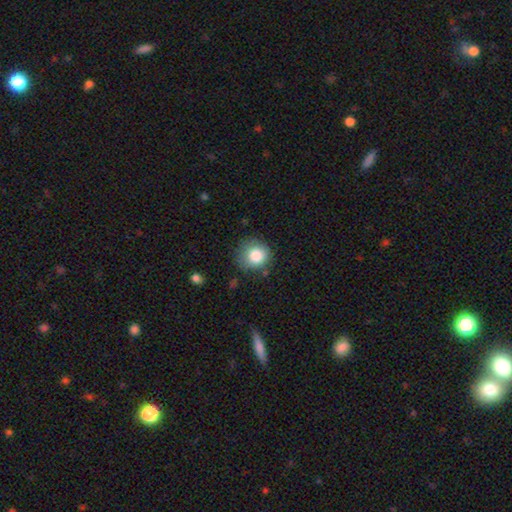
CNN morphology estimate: Smooth or featured? Predicted: smooth (p=0.84). How rounded? Predicted: round (p=0.90). Merging? Predicted: none (p=0.76).